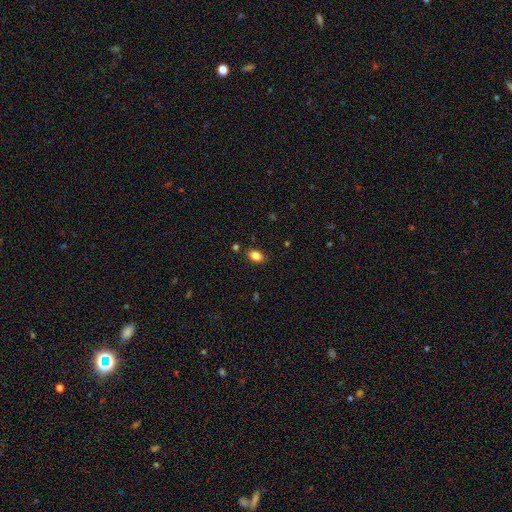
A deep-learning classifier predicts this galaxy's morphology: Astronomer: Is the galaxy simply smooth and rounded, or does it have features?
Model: smooth — 85%.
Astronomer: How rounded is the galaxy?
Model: in between — 88%.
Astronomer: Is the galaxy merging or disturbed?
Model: none — 84%.